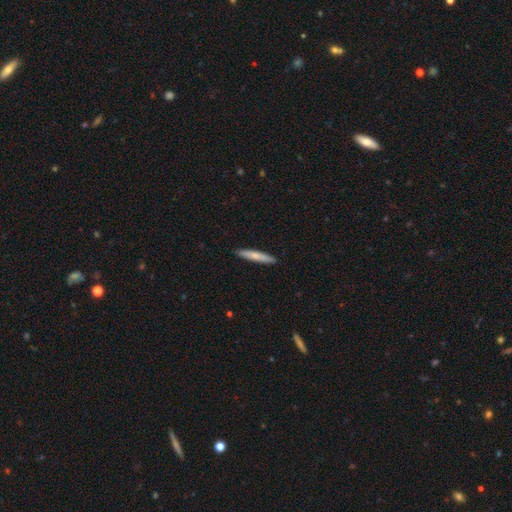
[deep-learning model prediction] The model was most divided on "smooth or featured": smooth: 70%, featured or disk: 25%, star or artifact: 5%. More confident: how rounded — cigar-shaped (93%); merging — none (91%).